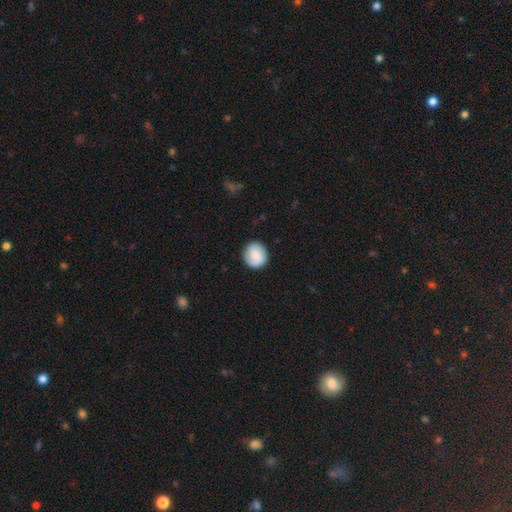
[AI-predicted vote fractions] Smooth or featured?
  - smooth: 72% *
  - featured or disk: 21%
  - star or artifact: 7%
How rounded?
  - round: 89% *
  - in between: 10%
  - cigar-shaped: 1%
Merging?
  - none: 87% *
  - minor disturbance: 9%
  - major disturbance: 2%
  - merger: 1%